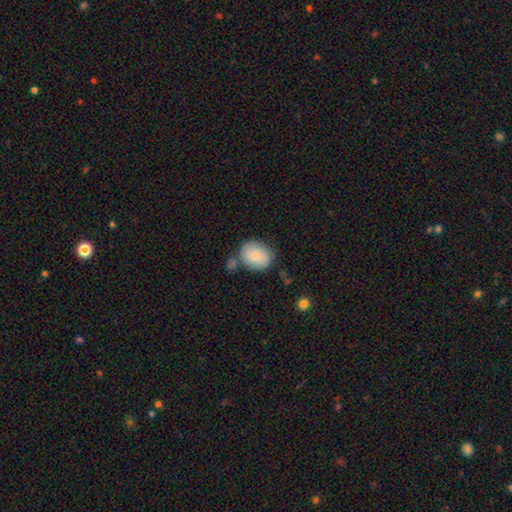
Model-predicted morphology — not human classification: Smooth or featured? smooth (76%)
How rounded? in between (52%)
Merging? none (62%)